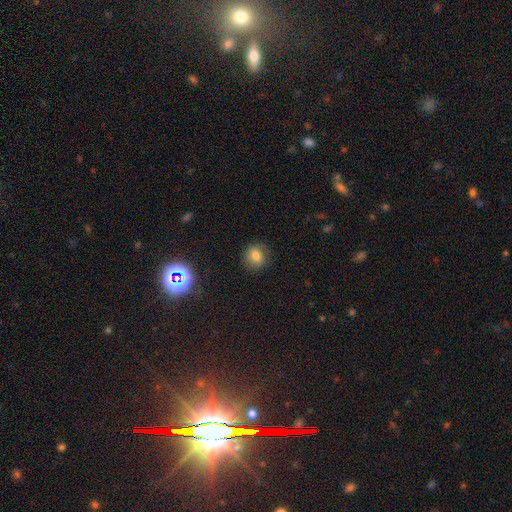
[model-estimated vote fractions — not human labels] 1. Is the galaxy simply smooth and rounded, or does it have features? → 73% smooth, 15% star or artifact, 11% featured or disk.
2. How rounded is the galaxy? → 80% round, 19% in between, 1% cigar-shaped.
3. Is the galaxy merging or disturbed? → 84% none, 11% minor disturbance, 4% major disturbance, 1% merger.